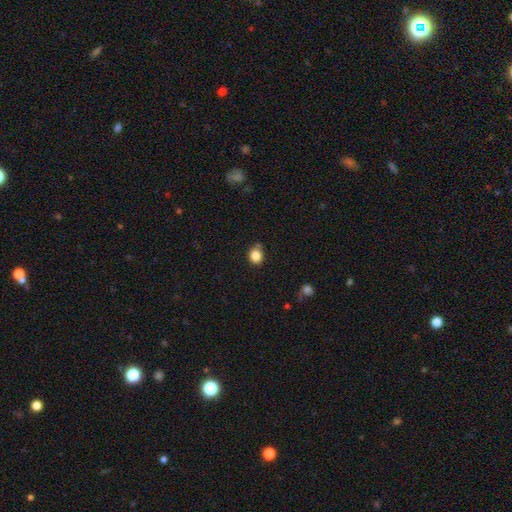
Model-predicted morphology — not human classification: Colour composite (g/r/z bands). It shows a smooth galaxy with no disk features (85%) that is round (72%). Merging: none (76%).